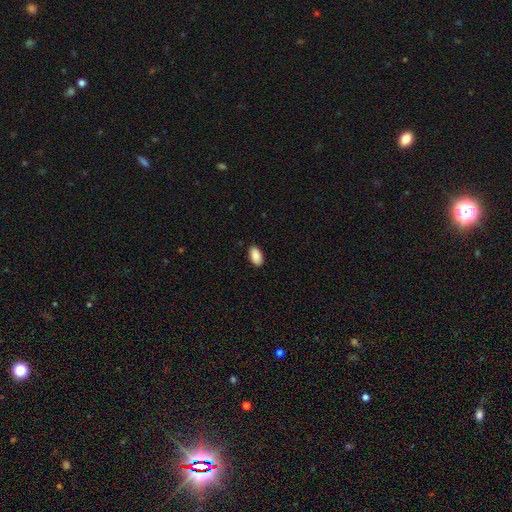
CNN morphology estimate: This is clearly a smooth galaxy (88%). How rounded: clearly in between (94%). Merging: clearly none (89%).